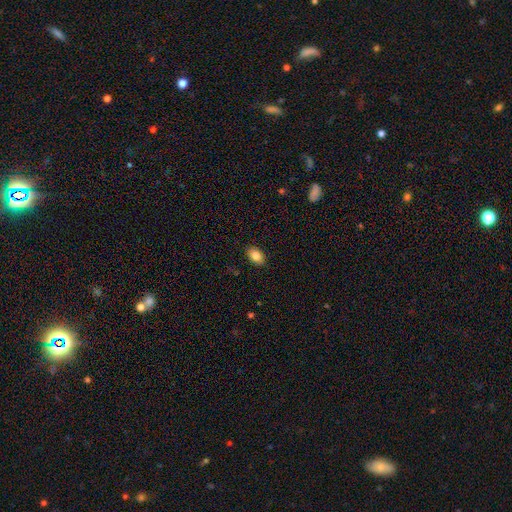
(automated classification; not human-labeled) This is clearly a smooth galaxy (84%). How rounded: clearly in between (89%). Merging: clearly none (89%).